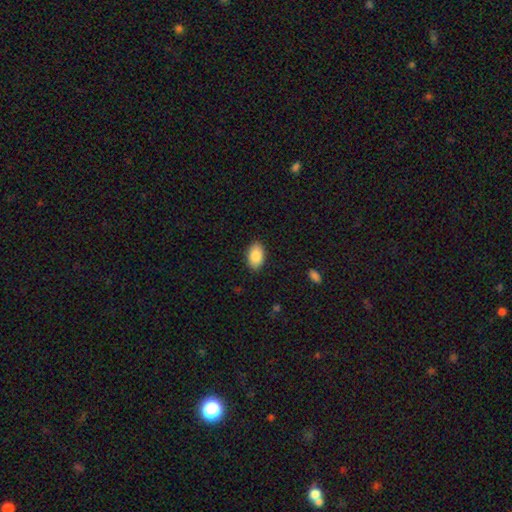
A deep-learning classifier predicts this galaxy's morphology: This appears to be a smooth galaxy with no disk features (88%) that is in between round and cigar-shaped (93%). Merging: none (88%).